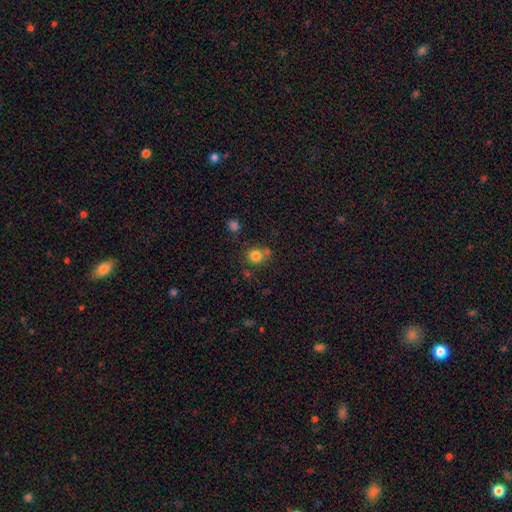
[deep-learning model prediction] Overall: smooth (81%). How rounded: round (84%). Merging: none (66%).